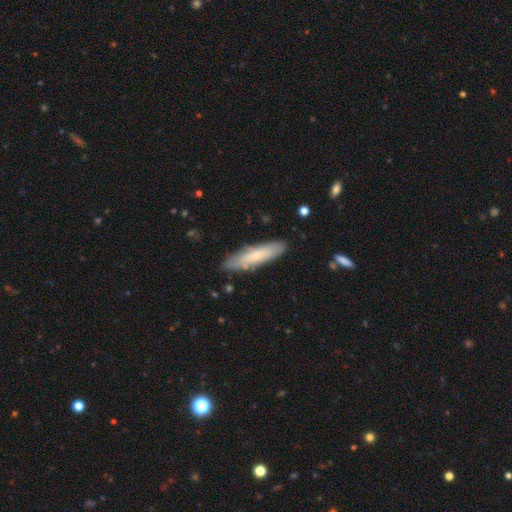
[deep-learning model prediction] smooth_or_featured: smooth (p=0.63) [alt: featured or disk p=0.31]
how_rounded: cigar-shaped (p=0.75) [alt: in between p=0.24]
merging: none (p=0.84) [alt: minor disturbance p=0.12]